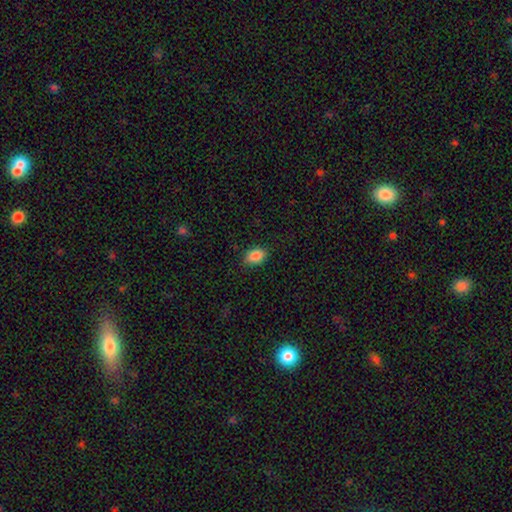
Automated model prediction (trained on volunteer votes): This appears to be a smooth galaxy with no disk features (87%) that is in between round and cigar-shaped (83%). Merging: none (85%).